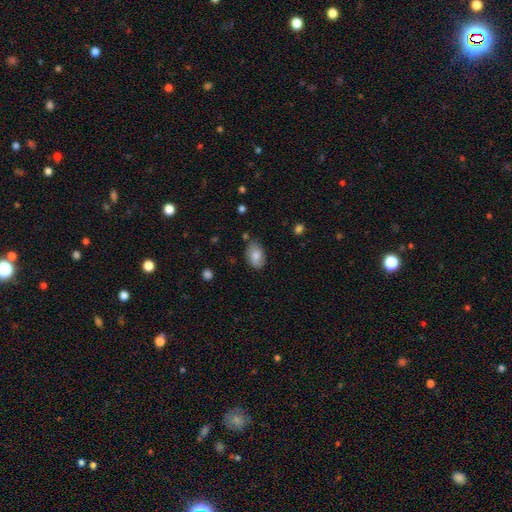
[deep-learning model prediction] Smooth or featured: smooth — 80% (featured or disk — 13%)
How rounded: in between — 89% (round — 10%)
Merging: none — 70% (minor disturbance — 23%)